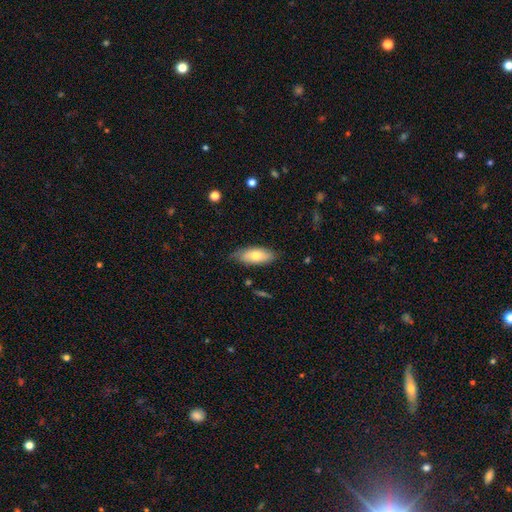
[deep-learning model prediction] The model was most divided on "smooth or featured": smooth: 68%, featured or disk: 26%, star or artifact: 6%. More confident: how rounded — in between (83%); merging — none (72%).